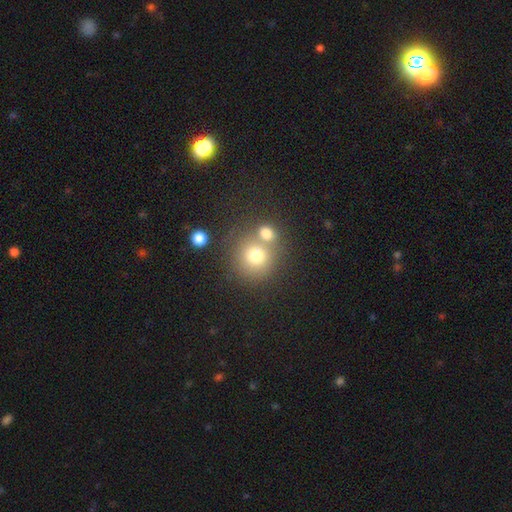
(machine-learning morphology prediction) Q: Smooth or featured?
A: smooth (74%); runner-up: star or artifact (14%)
Q: How rounded?
A: round (89%); runner-up: in between (10%)
Q: Merging?
A: none (53%); runner-up: merger (35%)